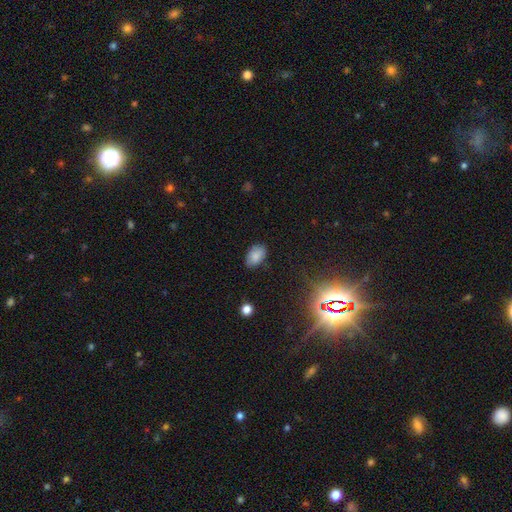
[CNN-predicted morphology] Smooth or featured? smooth (83%)
How rounded? in between (90%)
Merging? none (80%)